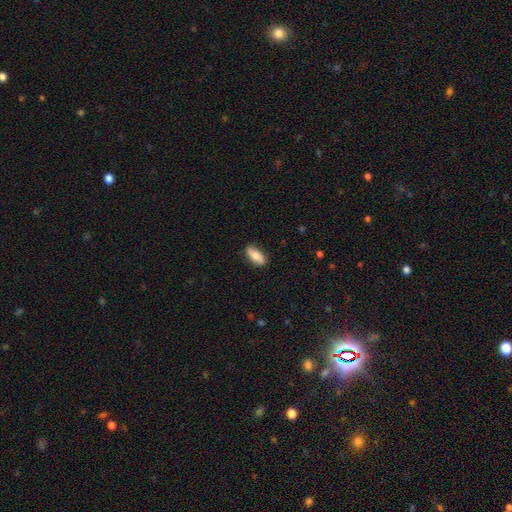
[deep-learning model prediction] Overall: smooth (75%). How rounded: in between (81%). Merging: none (84%).